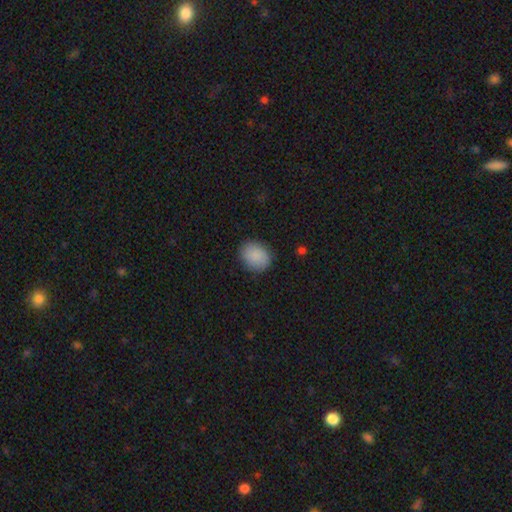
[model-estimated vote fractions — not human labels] Q: Smooth or featured?
A: smooth (88%); runner-up: star or artifact (7%)
Q: How rounded?
A: round (54%); runner-up: in between (45%)
Q: Merging?
A: none (85%); runner-up: minor disturbance (11%)